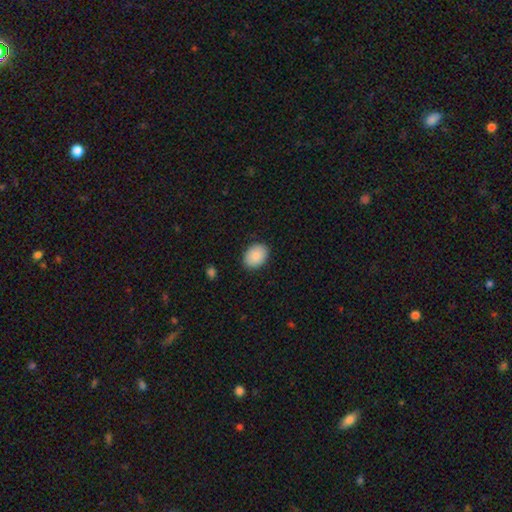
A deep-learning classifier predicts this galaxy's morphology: This is clearly a smooth galaxy (87%). How rounded: likely in between (72%). Merging: clearly none (88%).